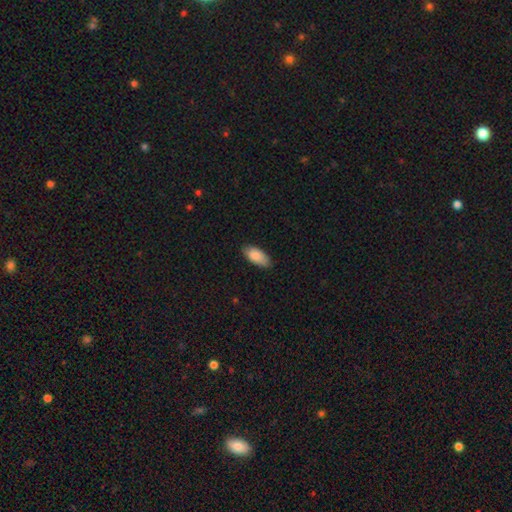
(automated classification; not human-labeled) A smooth galaxy with no disk features (88%) that is in between round and cigar-shaped (90%).

Vote fractions:
- Smooth or featured? smooth: 88% / star or artifact: 6% / featured or disk: 6%
- How rounded? in between: 90% / cigar-shaped: 8% / round: 2%
- Merging? none: 80% / minor disturbance: 16% / major disturbance: 3% / merger: 1%